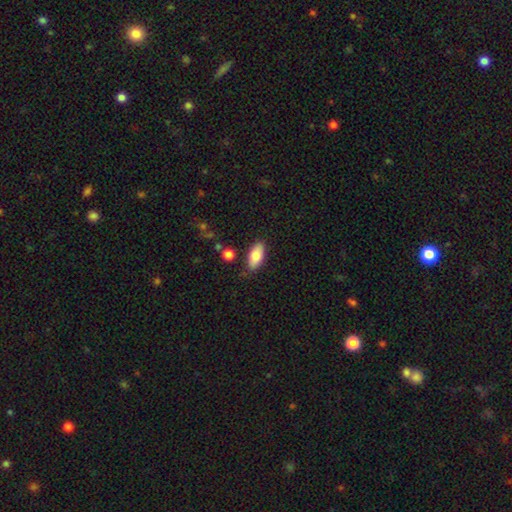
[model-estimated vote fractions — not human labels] smooth_or_featured: smooth (p=0.79) [alt: featured or disk p=0.14]
how_rounded: in between (p=0.87) [alt: cigar-shaped p=0.10]
merging: none (p=0.83) [alt: minor disturbance p=0.12]